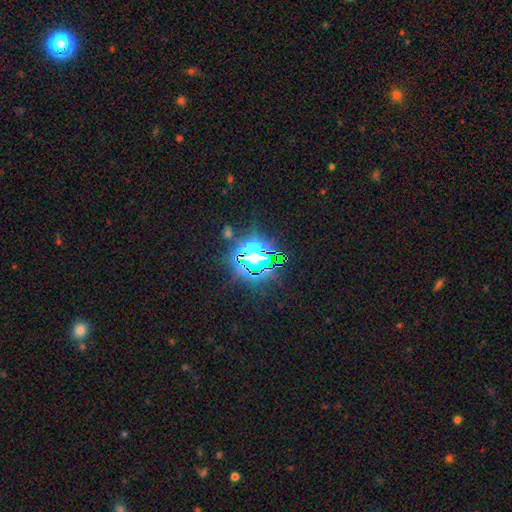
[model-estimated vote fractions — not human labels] Smooth or featured? star or artifact (83%)